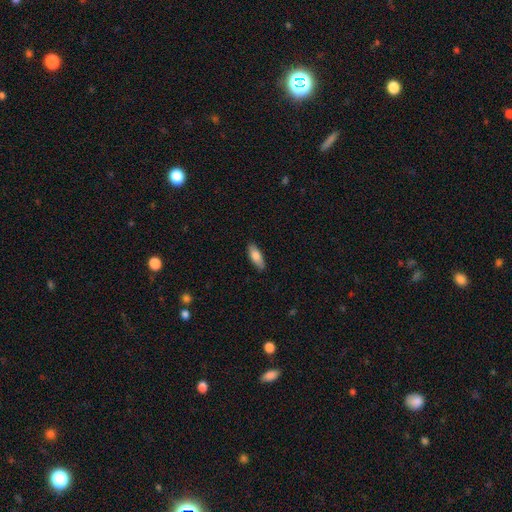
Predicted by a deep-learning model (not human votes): Smooth or featured: smooth — 81% (featured or disk — 13%)
How rounded: in between — 69% (cigar-shaped — 29%)
Merging: none — 86% (minor disturbance — 11%)